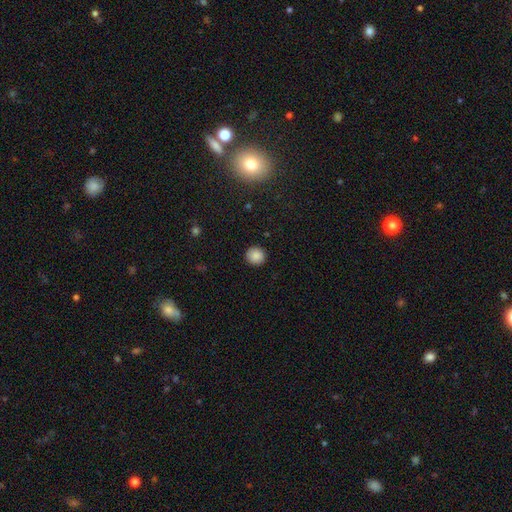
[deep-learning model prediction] This is clearly a smooth galaxy (87%). How rounded: clearly round (92%). Merging: clearly none (92%).